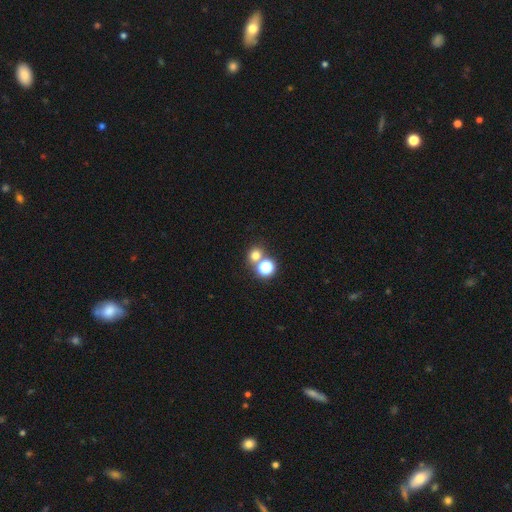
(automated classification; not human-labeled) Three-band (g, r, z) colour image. It shows a smooth galaxy with no disk features (70%) that is round (79%). Merging: none (58%).